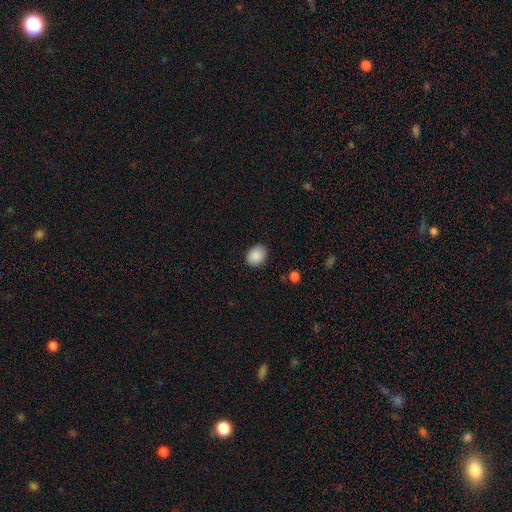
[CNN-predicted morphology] Smooth or featured? Predicted: smooth (p=0.89). How rounded? Predicted: in between (p=0.57). Merging? Predicted: none (p=0.87).